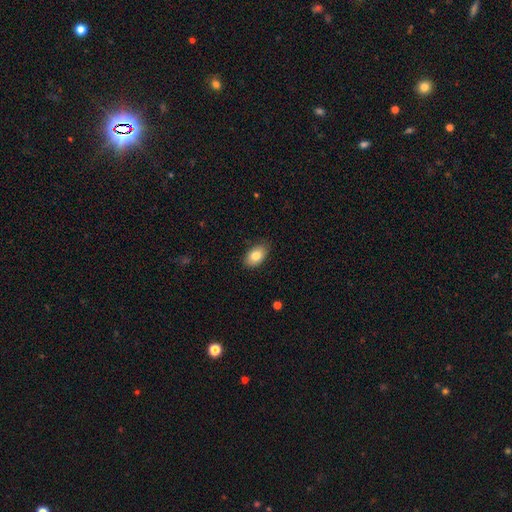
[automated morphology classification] The model was most divided on "merging": none: 83%, minor disturbance: 14%, major disturbance: 2%, merger: 1%. More confident: how rounded — in between (90%); smooth or featured — smooth (82%).